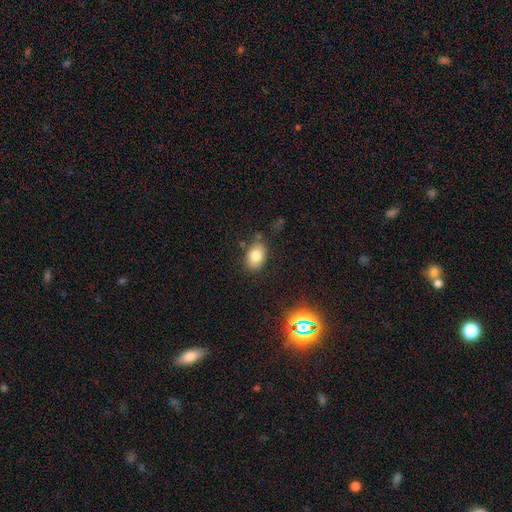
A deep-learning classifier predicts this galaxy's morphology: The model was most divided on "merging": none: 77%, minor disturbance: 15%, merger: 4%, major disturbance: 4%. More confident: how rounded — in between (82%); smooth or featured — smooth (79%).